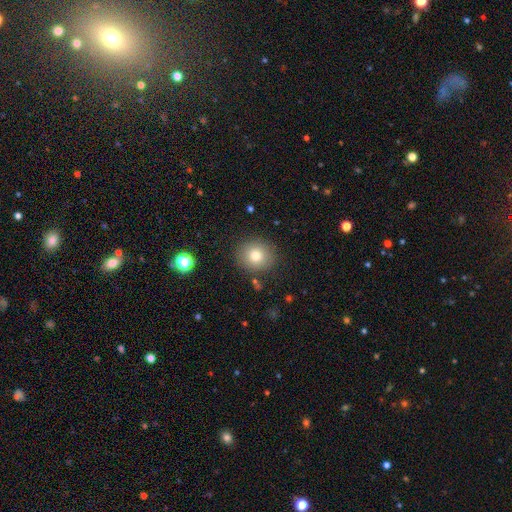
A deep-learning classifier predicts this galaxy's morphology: smooth-or-featured: smooth: 79% | star or artifact: 11% | featured or disk: 10%
  how-rounded: round: 86% | in between: 13% | cigar-shaped: 1%
  merging: none: 87% | minor disturbance: 8% | major disturbance: 3% | merger: 2%